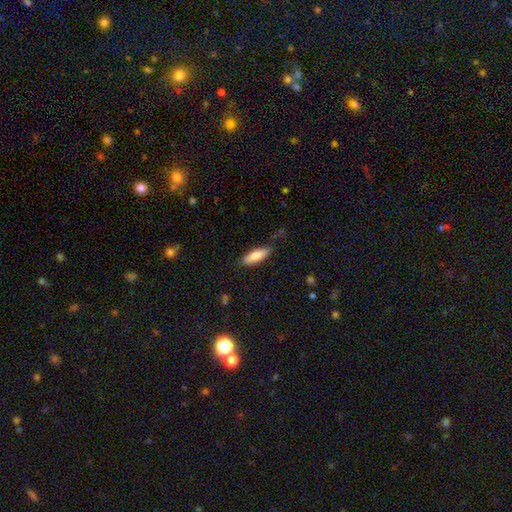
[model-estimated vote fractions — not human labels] Smooth or featured? Predicted: smooth (p=0.82). How rounded? Predicted: in between (p=0.54). Merging? Predicted: none (p=0.77).